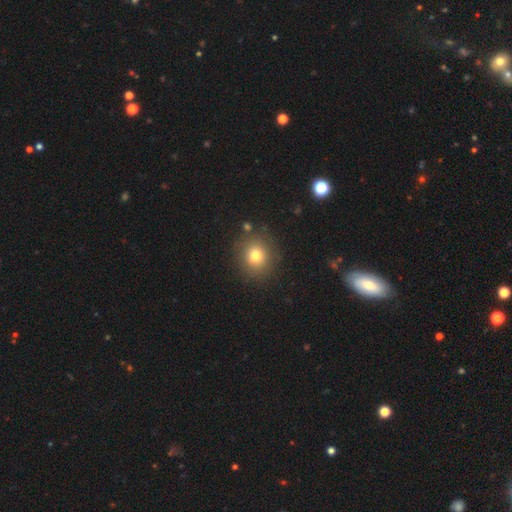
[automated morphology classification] smooth-or-featured: smooth: 76% | star or artifact: 14% | featured or disk: 11%
  how-rounded: round: 85% | in between: 14% | cigar-shaped: 1%
  merging: none: 86% | minor disturbance: 8% | major disturbance: 3% | merger: 3%